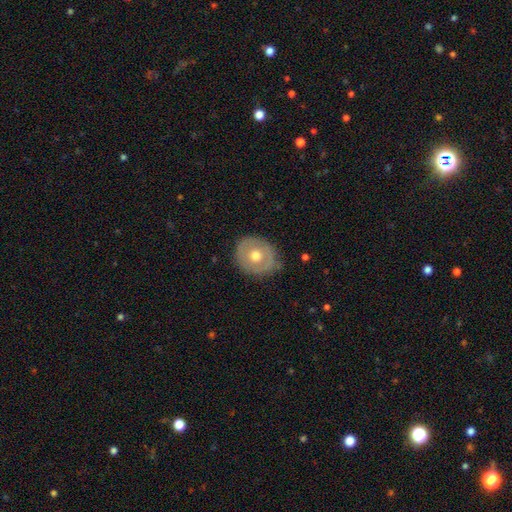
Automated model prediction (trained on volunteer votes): Morphology: type=smooth (49%); merging=none (78%).